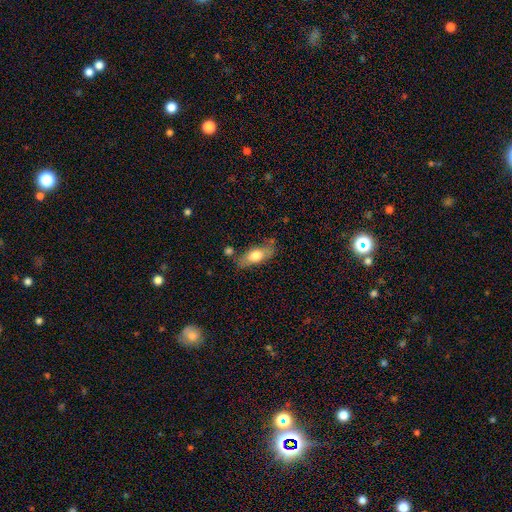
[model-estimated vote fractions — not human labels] Smooth or featured: smooth — 68% (featured or disk — 26%)
How rounded: in between — 75% (cigar-shaped — 21%)
Merging: none — 70% (minor disturbance — 20%)